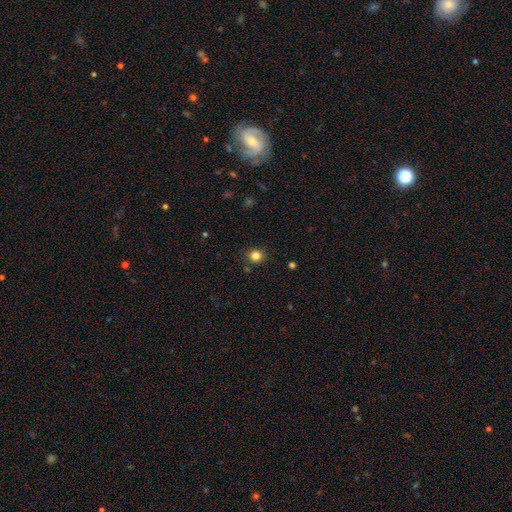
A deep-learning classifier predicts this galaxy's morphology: smooth-or-featured: smooth: 82% | star or artifact: 13% | featured or disk: 5%
  how-rounded: round: 87% | in between: 12% | cigar-shaped: 1%
  merging: none: 87% | minor disturbance: 8% | major disturbance: 2% | merger: 2%